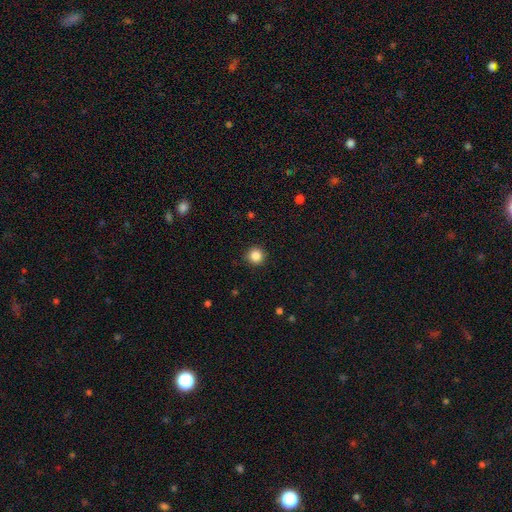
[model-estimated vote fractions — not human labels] Smooth or featured? Predicted: smooth (p=0.86). How rounded? Predicted: round (p=0.95). Merging? Predicted: none (p=0.92).